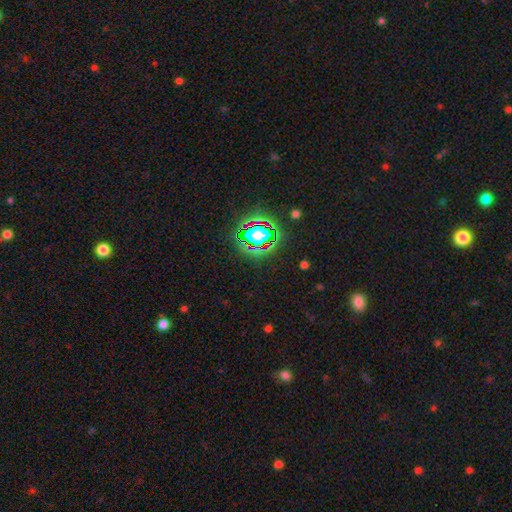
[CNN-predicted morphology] smooth-or-featured: star or artifact: 79% | smooth: 12% | featured or disk: 9%